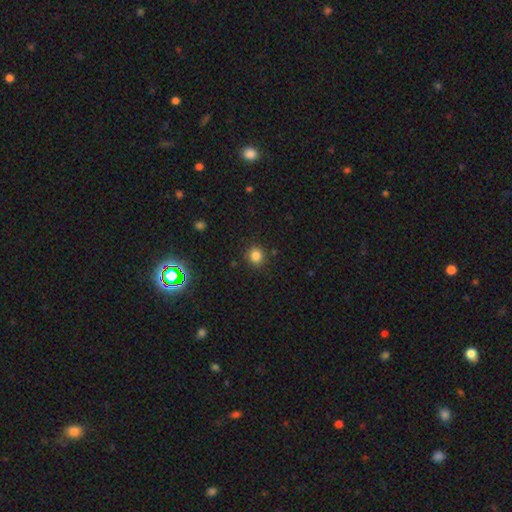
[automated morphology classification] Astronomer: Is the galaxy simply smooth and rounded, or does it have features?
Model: smooth — 82%.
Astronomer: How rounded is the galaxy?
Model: round — 86%.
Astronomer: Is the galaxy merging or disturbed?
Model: none — 88%.